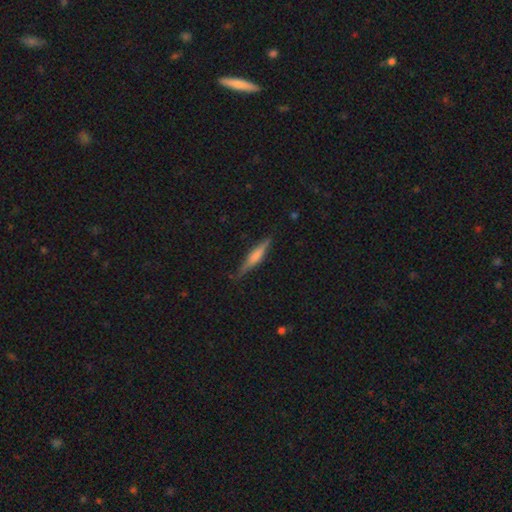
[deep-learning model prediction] Smooth or featured: featured or disk — 50% (smooth — 44%)
Merging: none — 83% (minor disturbance — 13%)